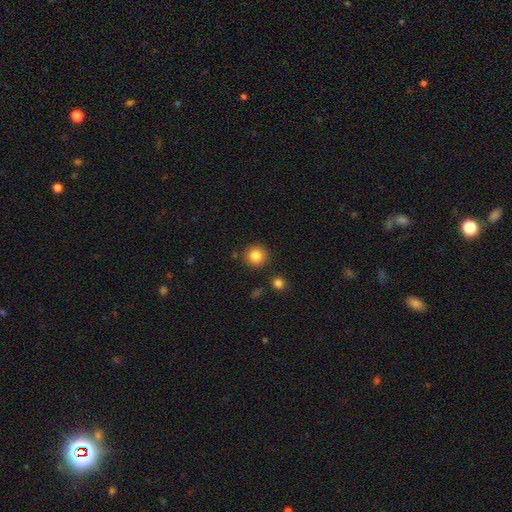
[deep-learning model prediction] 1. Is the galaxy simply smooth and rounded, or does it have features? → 85% smooth, 10% star or artifact, 6% featured or disk.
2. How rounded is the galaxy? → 92% round, 7% in between, 1% cigar-shaped.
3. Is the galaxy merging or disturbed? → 87% none, 7% minor disturbance, 3% merger, 2% major disturbance.